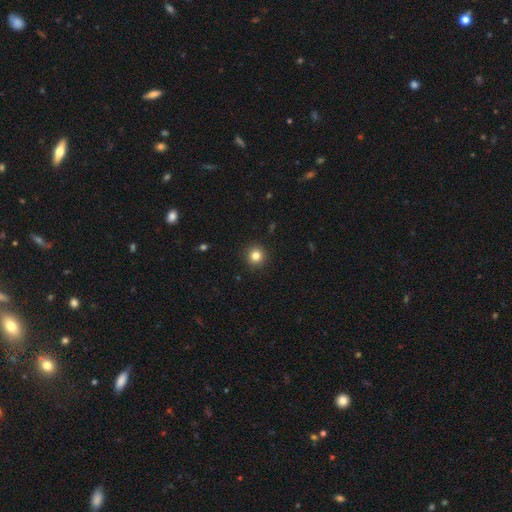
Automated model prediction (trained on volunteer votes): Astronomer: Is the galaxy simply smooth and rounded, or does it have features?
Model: smooth — 82%.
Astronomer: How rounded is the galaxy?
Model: round — 95%.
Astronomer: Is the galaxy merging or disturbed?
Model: none — 92%.